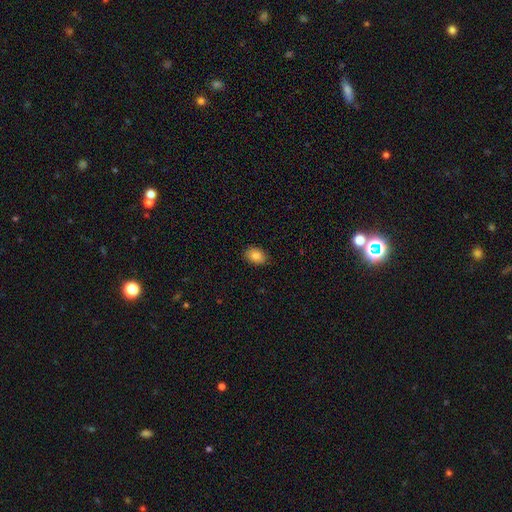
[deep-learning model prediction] This appears to be a smooth galaxy with no disk features (84%) that is in between round and cigar-shaped (77%). Merging: none (87%).